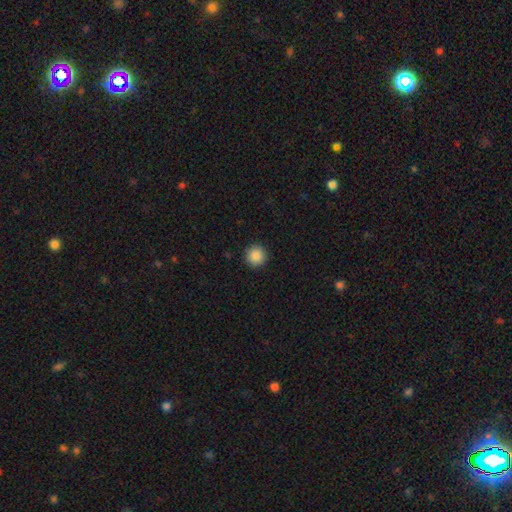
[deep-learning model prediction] Q: Smooth or featured?
A: smooth (88%); runner-up: star or artifact (9%)
Q: How rounded?
A: round (96%); runner-up: in between (3%)
Q: Merging?
A: none (93%); runner-up: minor disturbance (5%)